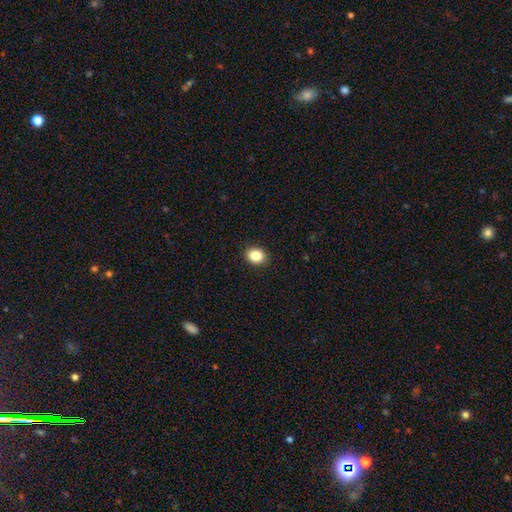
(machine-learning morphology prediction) Smooth or featured? smooth (86%)
How rounded? in between (53%)
Merging? none (91%)